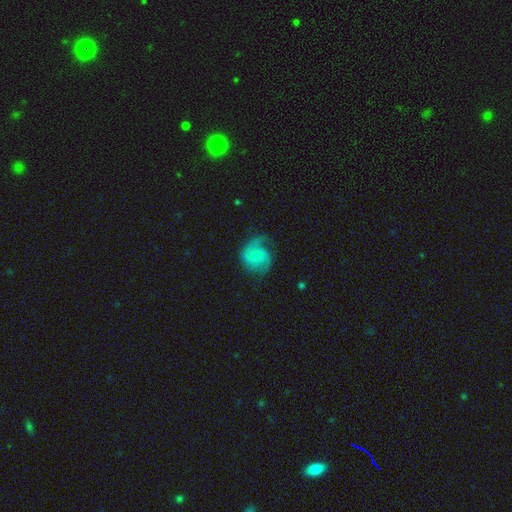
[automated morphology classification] Smooth or featured: featured or disk — 65% (smooth — 28%)
Edge-on disk: no — 98% (yes — 2%)
Bar: no — 71% (weak — 26%)
Spiral arms: yes — 92% (no — 8%)
Spiral winding: medium — 44% (tight — 29%)
Spiral arm count: 2 — 63% (1 — 19%)
Bulge size: small — 61% (moderate — 32%)
Merging: none — 58% (minor disturbance — 25%)